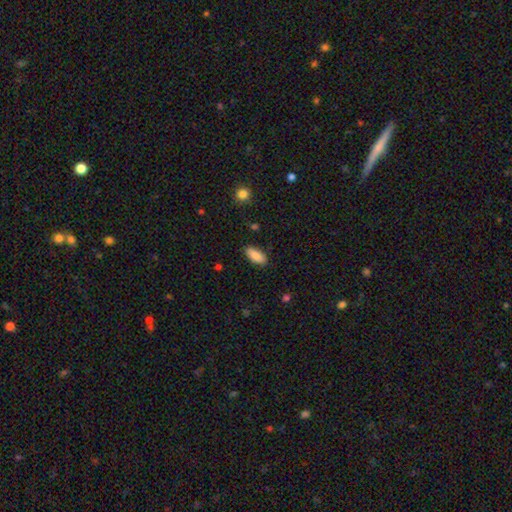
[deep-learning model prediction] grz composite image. It shows a smooth galaxy with no disk features (87%) that is in between round and cigar-shaped (86%). Merging: none (86%).